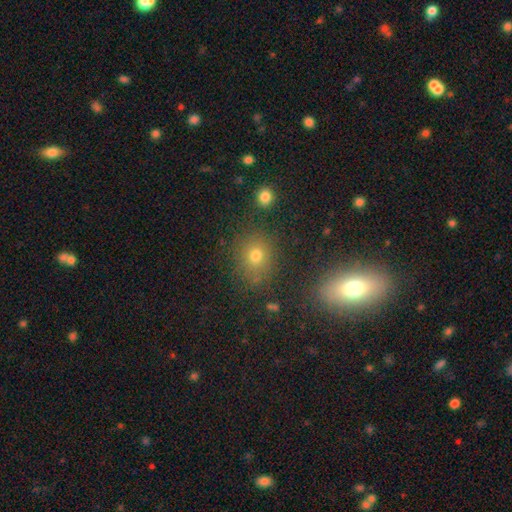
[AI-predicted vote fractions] A smooth galaxy with no disk features (72%) that is round (70%). Merging: none (82%).